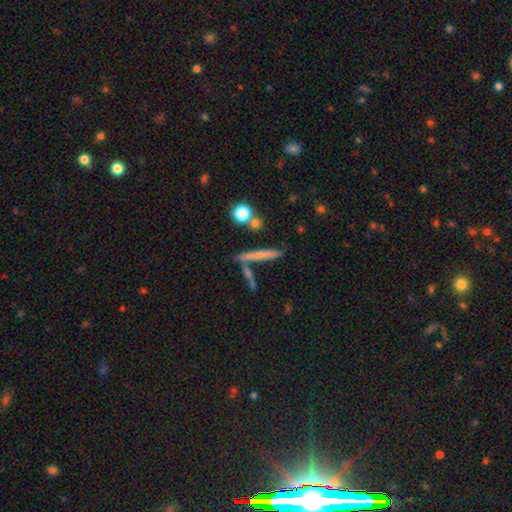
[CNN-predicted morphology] Smooth or featured? Predicted: smooth (p=0.57). How rounded? Predicted: cigar-shaped (p=0.86). Merging? Predicted: none (p=0.67).